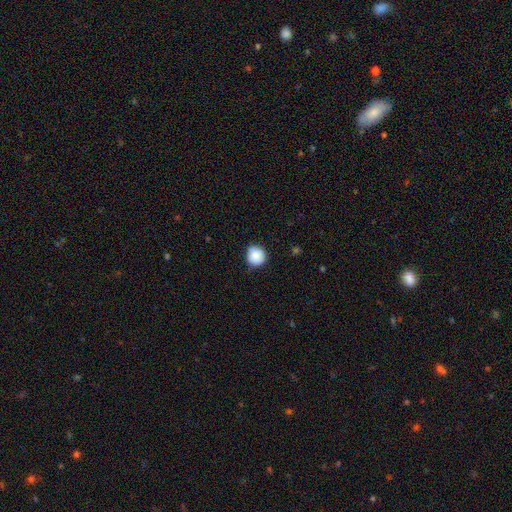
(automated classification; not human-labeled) This appears to be a smooth galaxy with no disk features (87%) that is round (90%). Merging: none (79%).